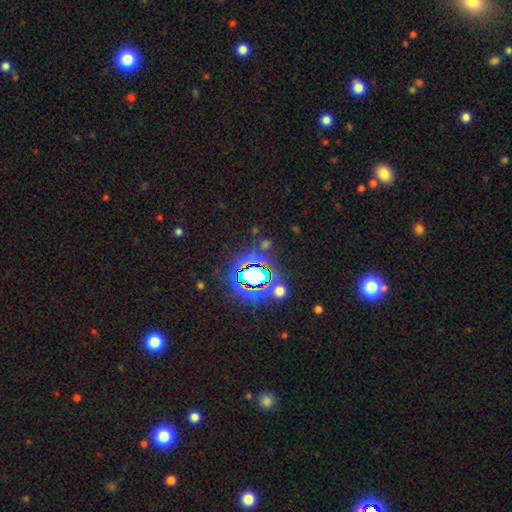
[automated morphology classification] A star or artifact, not a galaxy (82%).